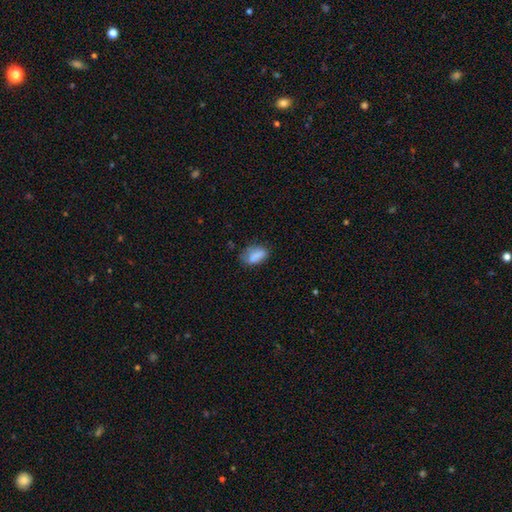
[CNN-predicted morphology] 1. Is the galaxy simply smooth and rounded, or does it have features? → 80% smooth, 11% featured or disk, 9% star or artifact.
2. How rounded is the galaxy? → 87% in between, 8% round, 5% cigar-shaped.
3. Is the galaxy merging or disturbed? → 56% none, 30% minor disturbance, 11% major disturbance, 4% merger.